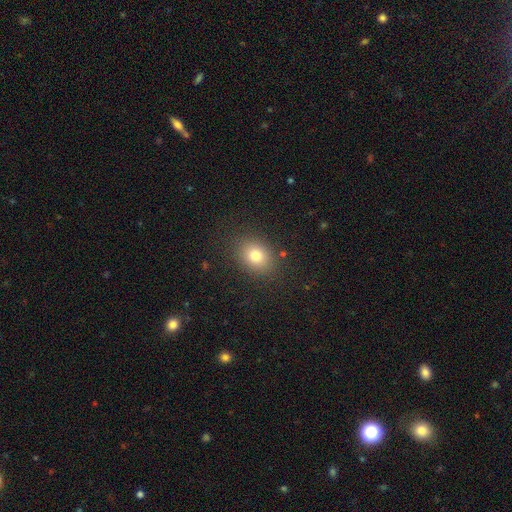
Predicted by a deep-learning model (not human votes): smooth-or-featured: smooth: 77% | star or artifact: 13% | featured or disk: 10%
  how-rounded: in between: 51% | round: 48% | cigar-shaped: 1%
  merging: none: 86% | minor disturbance: 9% | major disturbance: 4% | merger: 1%